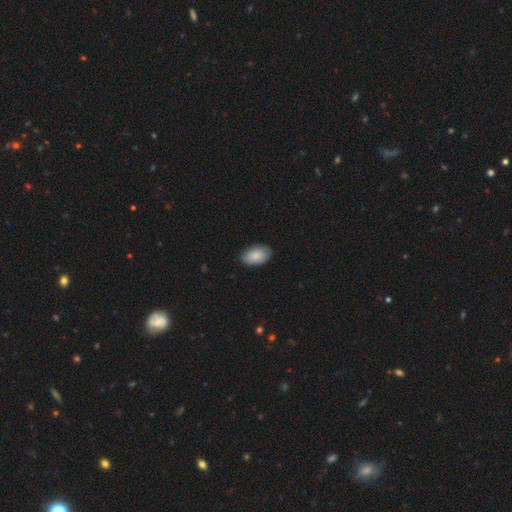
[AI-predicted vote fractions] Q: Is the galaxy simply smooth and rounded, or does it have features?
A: smooth — 88%.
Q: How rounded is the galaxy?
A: in between — 94%.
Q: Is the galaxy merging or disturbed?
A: none — 84%.